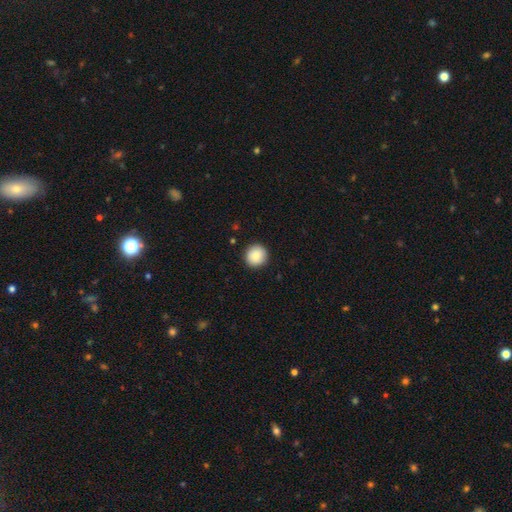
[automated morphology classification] A smooth galaxy with no disk features (87%) that is round (93%). Merging: none (91%).